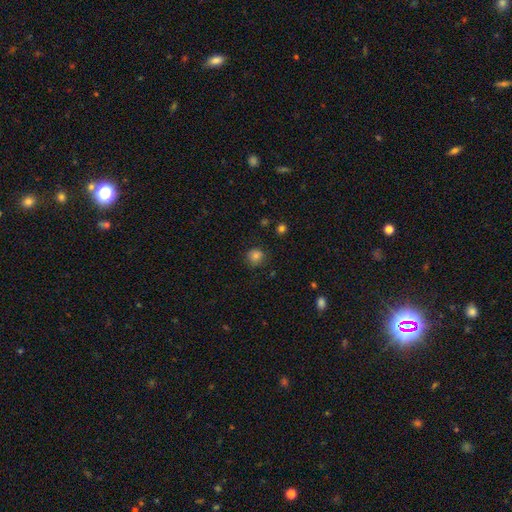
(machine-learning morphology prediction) A smooth galaxy with no disk features (82%) that is round (89%).

Vote fractions:
- Smooth or featured? smooth: 82% / star or artifact: 12% / featured or disk: 6%
- How rounded? round: 89% / in between: 10% / cigar-shaped: 1%
- Merging? none: 85% / minor disturbance: 11% / major disturbance: 3% / merger: 1%